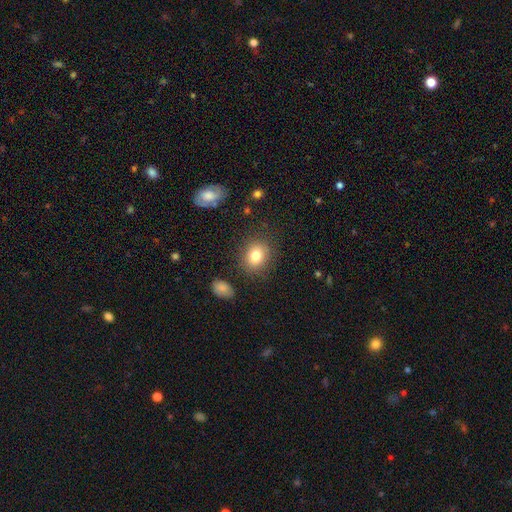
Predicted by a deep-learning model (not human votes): smooth-or-featured: smooth: 80% | star or artifact: 11% | featured or disk: 9%
  how-rounded: round: 64% | in between: 35% | cigar-shaped: 1%
  merging: none: 84% | minor disturbance: 10% | major disturbance: 4% | merger: 2%